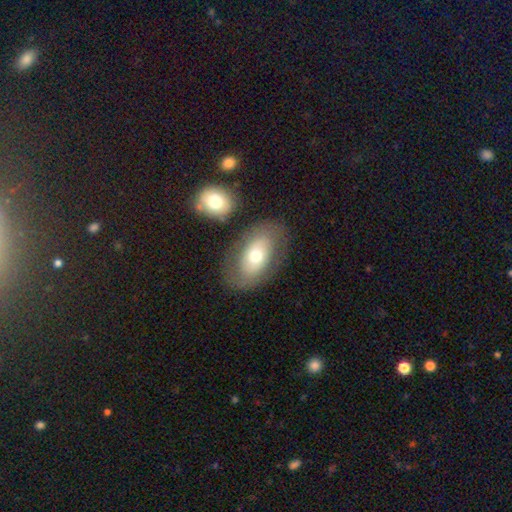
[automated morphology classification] A smooth galaxy with no disk features (55%) that is in between round and cigar-shaped (89%). Merging: none (72%).